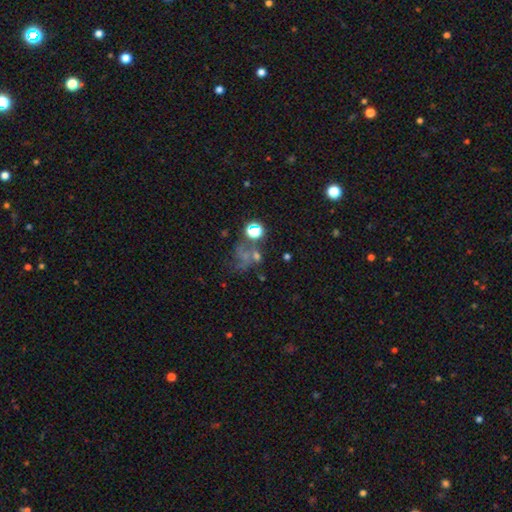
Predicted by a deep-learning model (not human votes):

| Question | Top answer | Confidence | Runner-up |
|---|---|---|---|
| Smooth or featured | smooth | 38% | star or artifact (35%) |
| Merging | none | 35% | major disturbance (29%) |